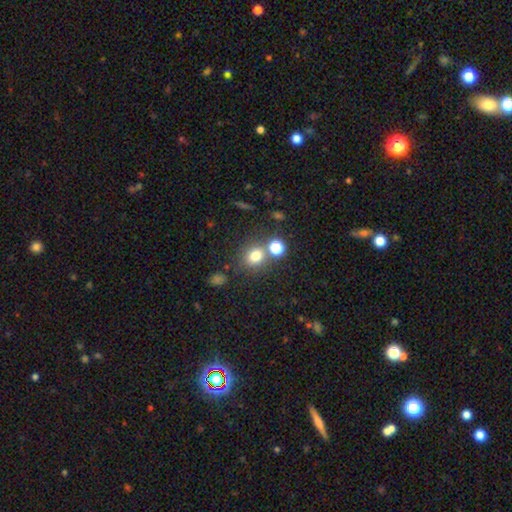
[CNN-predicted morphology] A smooth galaxy with no disk features (74%) that is round (69%). Merging: none (64%).